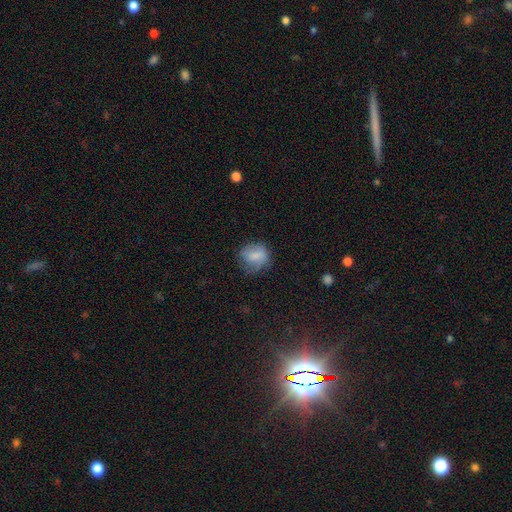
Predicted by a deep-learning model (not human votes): Smooth or featured? Predicted: smooth (p=0.72). How rounded? Predicted: round (p=0.66). Merging? Predicted: none (p=0.57).